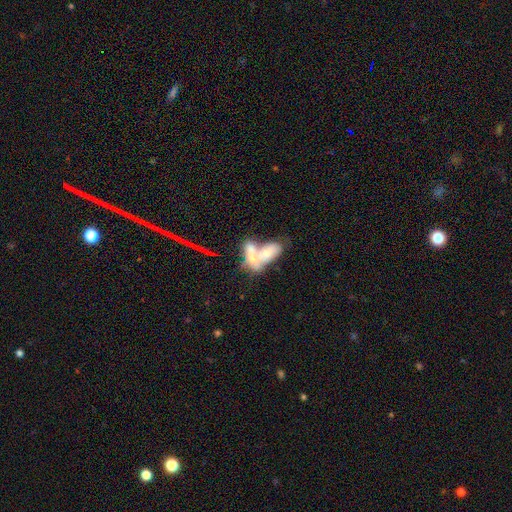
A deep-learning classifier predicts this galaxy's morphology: Q: Smooth or featured?
A: smooth (61%); runner-up: featured or disk (30%)
Q: How rounded?
A: in between (85%); runner-up: cigar-shaped (11%)
Q: Merging?
A: merger (70%); runner-up: none (15%)